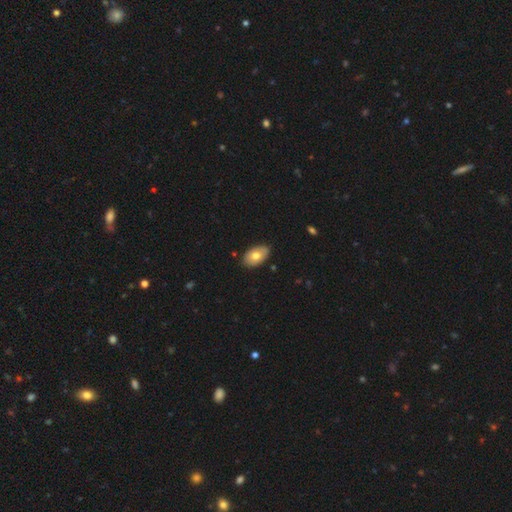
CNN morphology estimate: The model was most divided on "smooth or featured": smooth: 72%, featured or disk: 22%, star or artifact: 6%. More confident: how rounded — in between (93%); merging — none (85%).